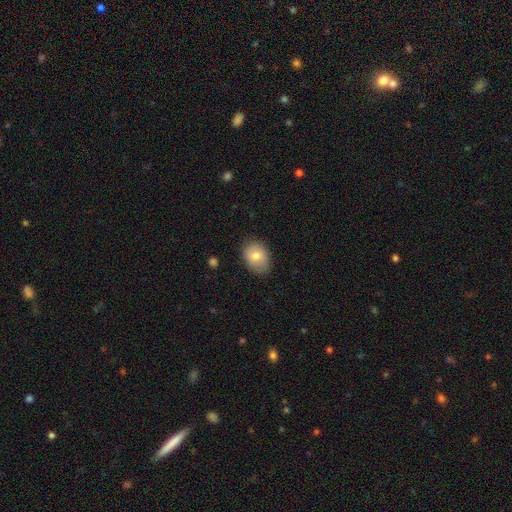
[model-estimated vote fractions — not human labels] Smooth or featured? Predicted: smooth (p=0.78). How rounded? Predicted: in between (p=0.68). Merging? Predicted: none (p=0.80).